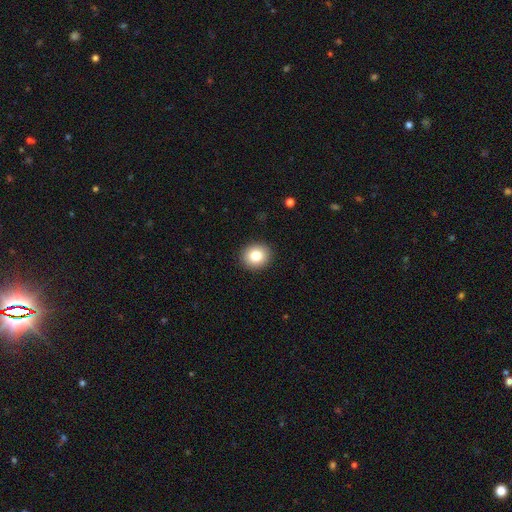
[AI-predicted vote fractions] Morphology: type=smooth (83%); roundness=round (77%); merging=none (91%).